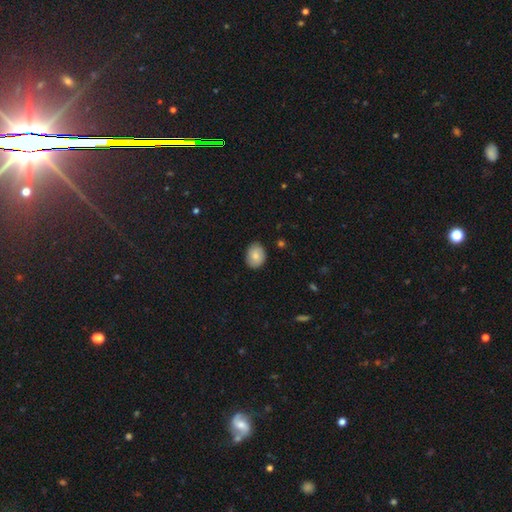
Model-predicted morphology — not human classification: Smooth or featured? Predicted: smooth (p=0.82). How rounded? Predicted: in between (p=0.58). Merging? Predicted: none (p=0.84).